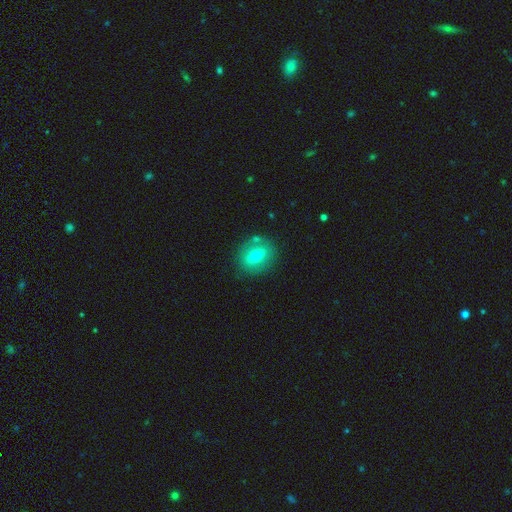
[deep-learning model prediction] Smooth or featured?
  - smooth: 58% *
  - featured or disk: 33%
  - star or artifact: 9%
How rounded?
  - in between: 51% *
  - round: 46%
  - cigar-shaped: 3%
Merging?
  - none: 81% *
  - minor disturbance: 11%
  - merger: 5%
  - major disturbance: 4%